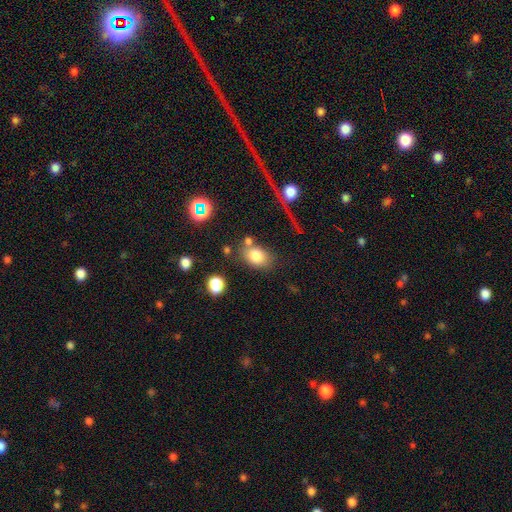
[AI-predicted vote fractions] Smooth or featured?
  - smooth: 80% *
  - star or artifact: 10%
  - featured or disk: 10%
How rounded?
  - in between: 71% *
  - round: 27%
  - cigar-shaped: 1%
Merging?
  - none: 64% *
  - minor disturbance: 16%
  - merger: 14%
  - major disturbance: 7%